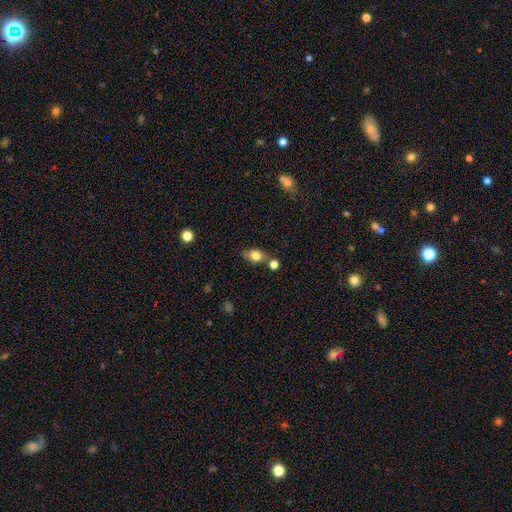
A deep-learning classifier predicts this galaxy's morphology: A smooth galaxy with no disk features (78%) that is in between round and cigar-shaped (78%). Merging: none (66%).